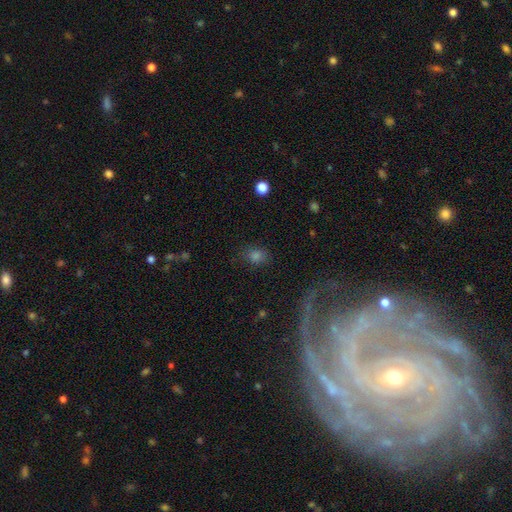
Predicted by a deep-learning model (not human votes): Morphology: type=smooth (65%); roundness=round (54%); merging=none (81%).